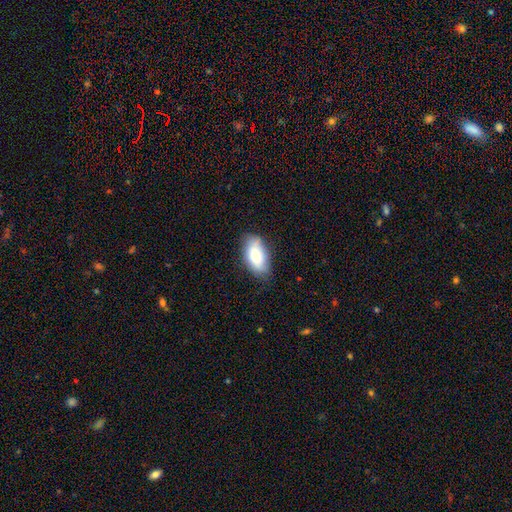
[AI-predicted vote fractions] Smooth or featured: smooth — 80% (featured or disk — 14%)
How rounded: in between — 93% (cigar-shaped — 4%)
Merging: none — 75% (minor disturbance — 20%)